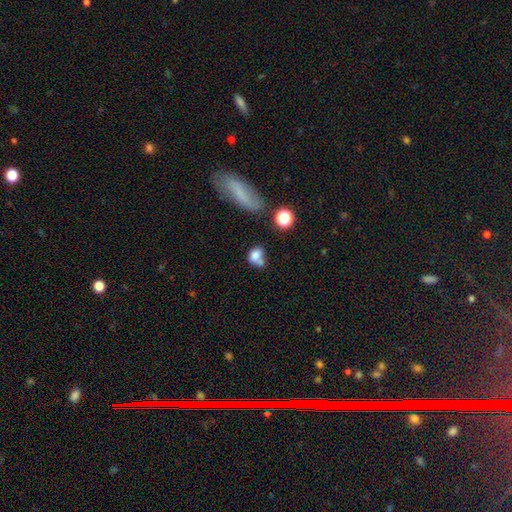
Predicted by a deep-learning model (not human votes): Smooth or featured: smooth — 74% (featured or disk — 14%)
How rounded: in between — 58% (round — 39%)
Merging: merger — 37% (none — 33%)